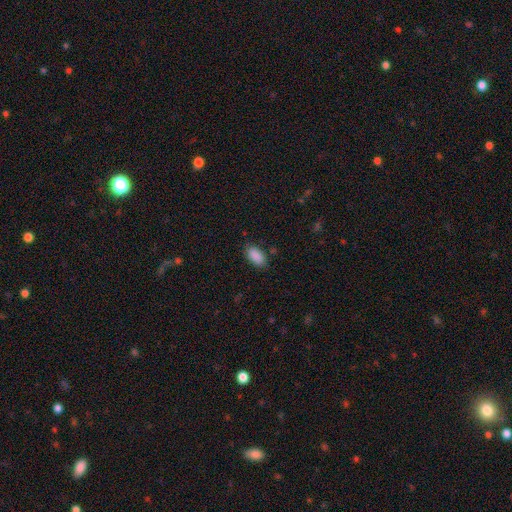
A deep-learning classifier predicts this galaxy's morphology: smooth_or_featured: smooth (p=0.90) [alt: star or artifact p=0.07]
how_rounded: in between (p=0.93) [alt: cigar-shaped p=0.04]
merging: none (p=0.85) [alt: minor disturbance p=0.11]